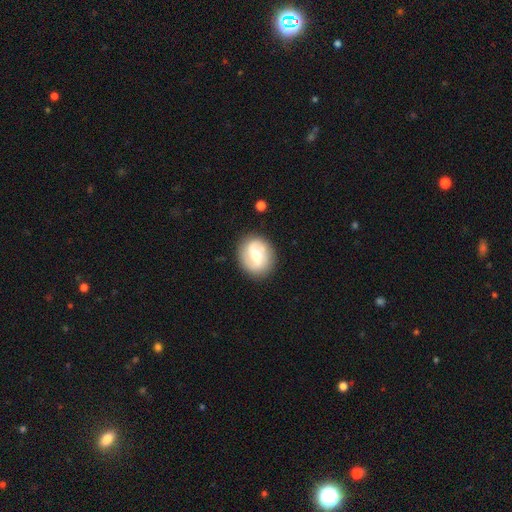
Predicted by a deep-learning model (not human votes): Smooth or featured?
  - featured or disk: 66% *
  - smooth: 28%
  - star or artifact: 6%
Edge-on disk?
  - no: 97% *
  - yes: 3%
Bar?
  - weak: 45% *
  - strong: 31%
  - no: 25%
Spiral arms?
  - yes: 80% *
  - no: 20%
Spiral winding?
  - medium: 40% *
  - loose: 35%
  - tight: 25%
Spiral arm count?
  - 2: 85% *
  - can't tell: 8%
  - 1: 3%
  - 3: 2%
  - 4: 1%
  - more than 4: 1%
Bulge size?
  - moderate: 65% *
  - small: 26%
  - large: 7%
  - none: 1%
  - dominant: 1%
Merging?
  - none: 84% *
  - minor disturbance: 10%
  - major disturbance: 4%
  - merger: 2%